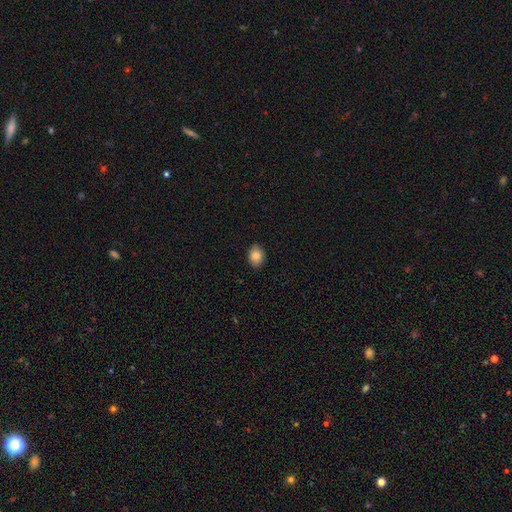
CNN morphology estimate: A smooth galaxy with no disk features (83%) that is in between round and cigar-shaped (66%).

Vote fractions:
- Smooth or featured? smooth: 83% / featured or disk: 9% / star or artifact: 8%
- How rounded? in between: 66% / round: 33% / cigar-shaped: 1%
- Merging? none: 88% / minor disturbance: 9% / major disturbance: 2% / merger: 1%